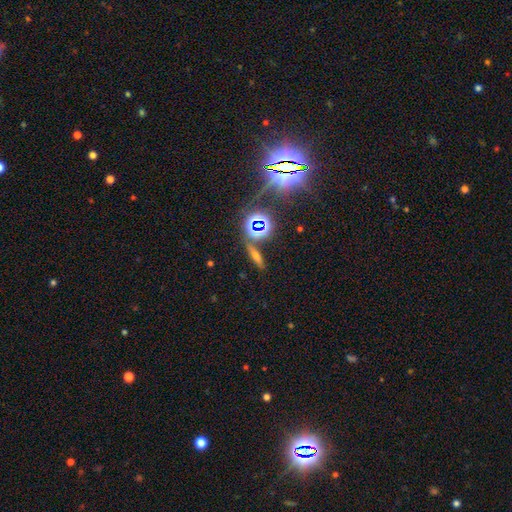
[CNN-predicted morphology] smooth 40%, star or artifact 32%, featured or disk 29%. Down the decision tree: merging — none (78%).